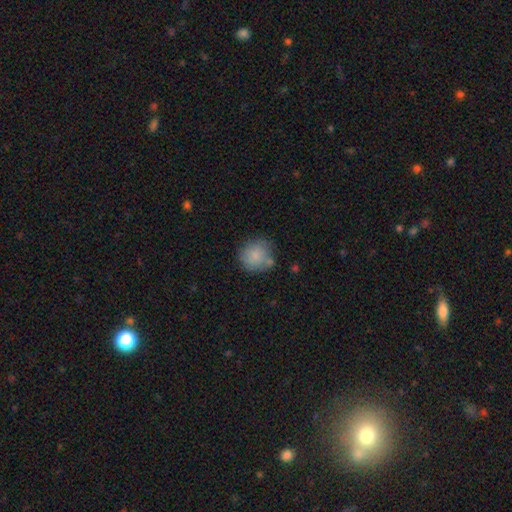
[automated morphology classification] This appears to be a smooth galaxy with no disk features (81%) that is round (86%). Merging: none (59%).